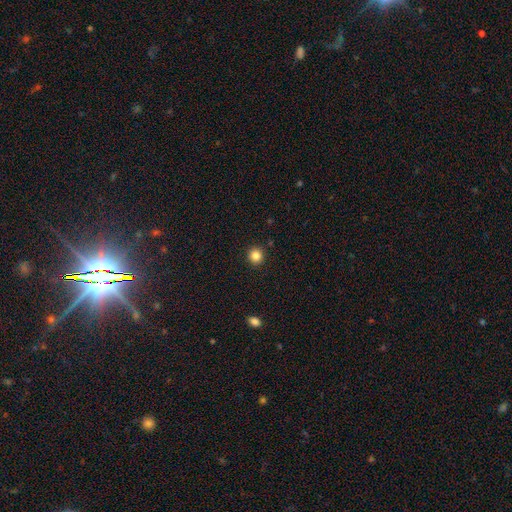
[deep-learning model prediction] This appears to be a smooth galaxy with no disk features (85%) that is round (93%). Merging: none (92%).